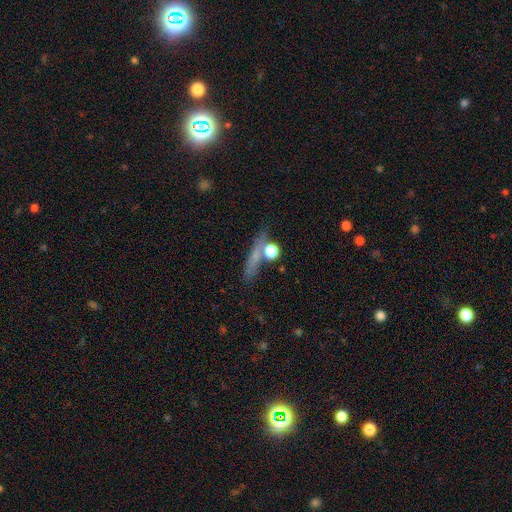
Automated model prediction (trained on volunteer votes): Smooth or featured? Predicted: smooth (p=0.53). How rounded? Predicted: cigar-shaped (p=0.65). Merging? Predicted: none (p=0.68).